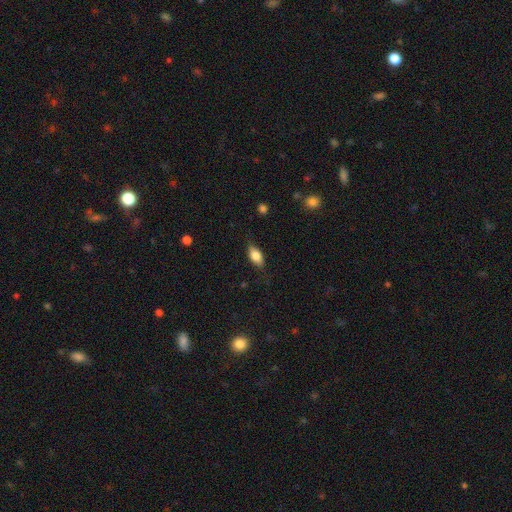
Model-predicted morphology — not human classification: smooth 79%, featured or disk 14%, star or artifact 7%. Down the decision tree: how rounded — in between (88%); merging — none (76%).